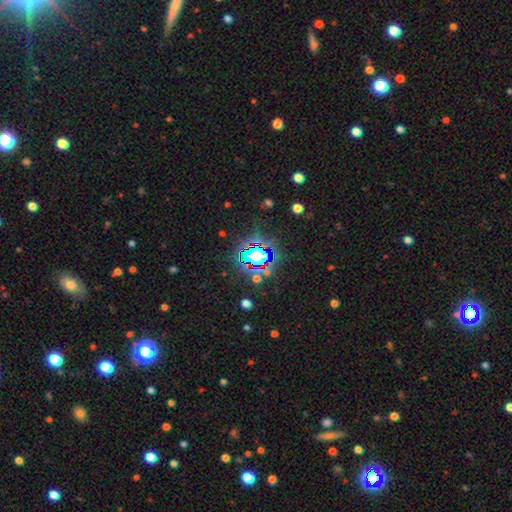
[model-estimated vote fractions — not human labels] smooth_or_featured: star or artifact (p=0.67) [alt: smooth p=0.22]